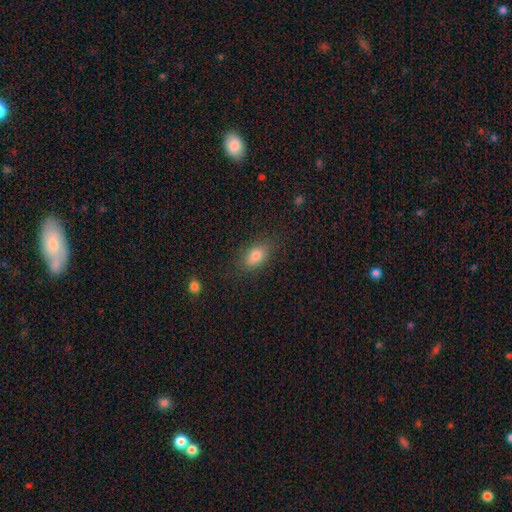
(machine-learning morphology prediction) Smooth or featured?
  - smooth: 80% *
  - featured or disk: 10%
  - star or artifact: 10%
How rounded?
  - in between: 84% *
  - round: 12%
  - cigar-shaped: 4%
Merging?
  - none: 80% *
  - minor disturbance: 14%
  - major disturbance: 4%
  - merger: 2%